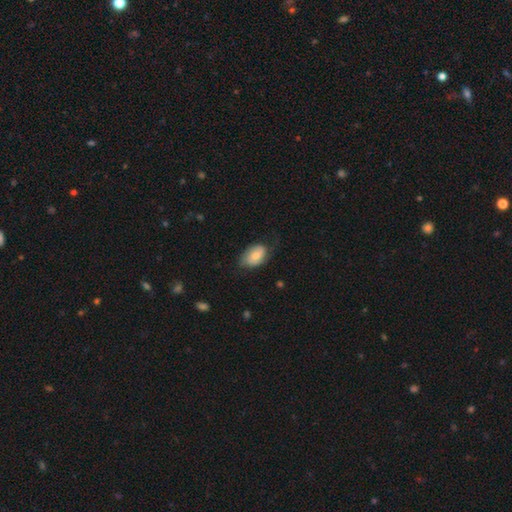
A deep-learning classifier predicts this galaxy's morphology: smooth_or_featured: smooth (p=0.68) [alt: featured or disk p=0.25]
how_rounded: in between (p=0.88) [alt: round p=0.11]
merging: none (p=0.59) [alt: minor disturbance p=0.30]